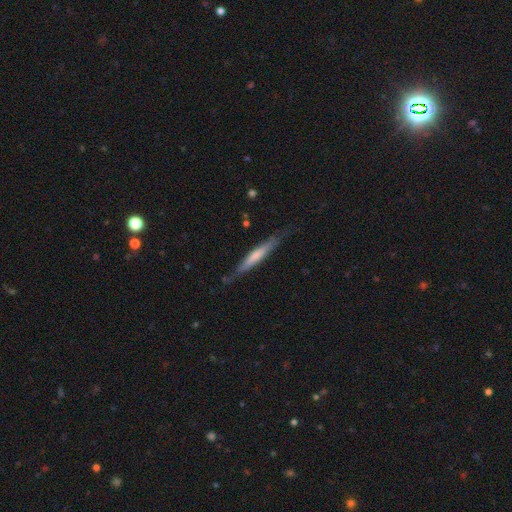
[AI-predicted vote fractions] Morphology: type=smooth (51%); roundness=cigar-shaped (93%); merging=none (75%).